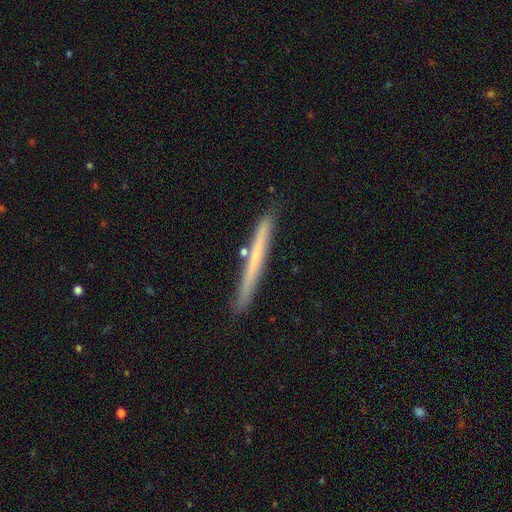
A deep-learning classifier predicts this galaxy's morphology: featured or disk 48%, smooth 46%, star or artifact 6%. Down the decision tree: merging — none (83%).